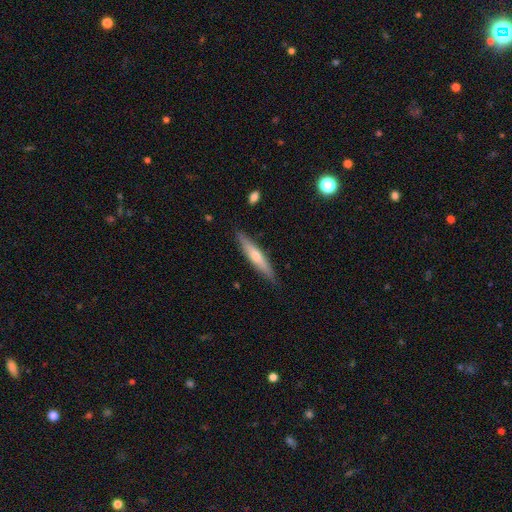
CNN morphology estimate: The model was most divided on "smooth or featured": featured or disk: 50%, smooth: 45%, star or artifact: 6%. More confident: merging — none (88%).